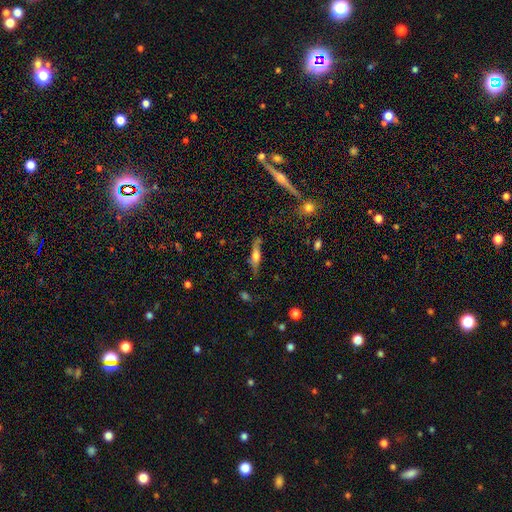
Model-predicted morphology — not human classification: Smooth or featured?
  - featured or disk: 48% *
  - smooth: 44%
  - star or artifact: 8%
Merging?
  - none: 70% *
  - minor disturbance: 21%
  - major disturbance: 7%
  - merger: 3%